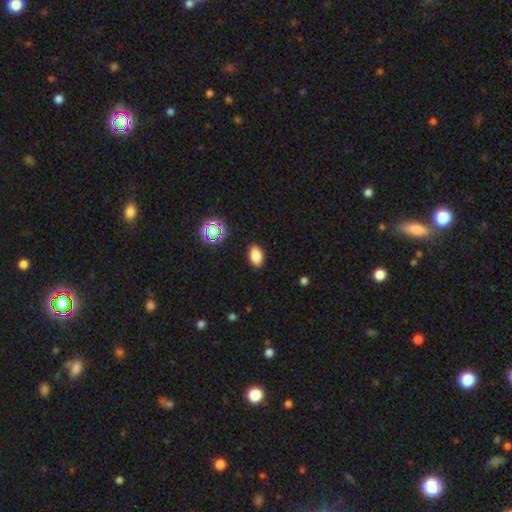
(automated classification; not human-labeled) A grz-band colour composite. It shows a smooth galaxy with no disk features (80%) that is in between round and cigar-shaped (90%). Merging: none (88%).